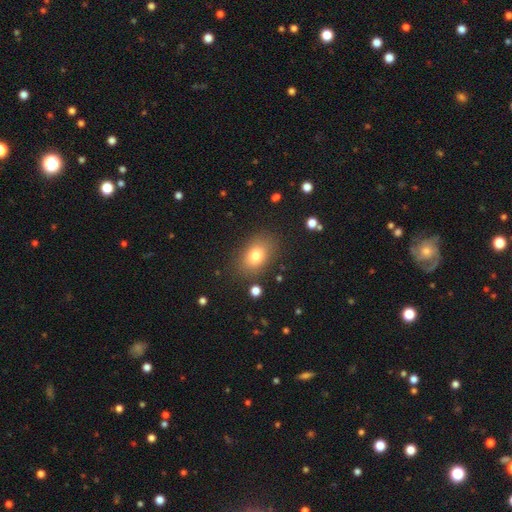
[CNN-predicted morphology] type=smooth (78%); roundness=in between (76%); merging=none (84%).